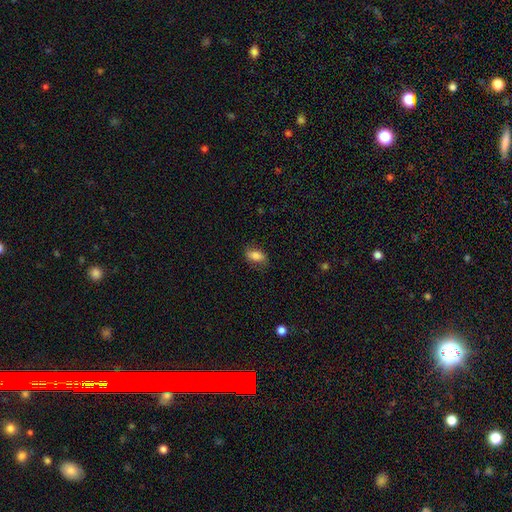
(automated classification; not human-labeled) smooth_or_featured: smooth (p=0.76) [alt: featured or disk p=0.16]
how_rounded: in between (p=0.87) [alt: round p=0.07]
merging: none (p=0.76) [alt: minor disturbance p=0.18]